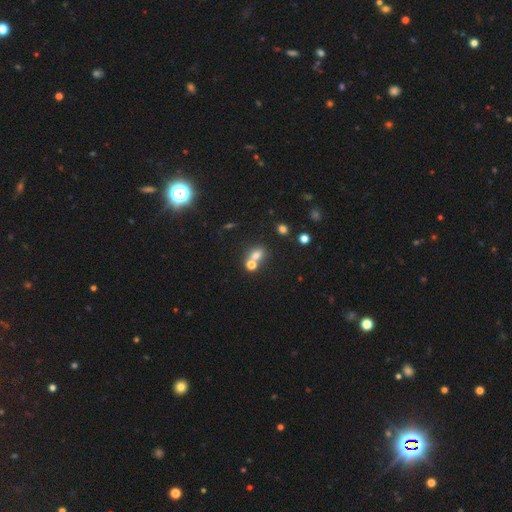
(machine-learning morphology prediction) A smooth galaxy with no disk features (69%) that is round (50%). Merging: merger (47%).